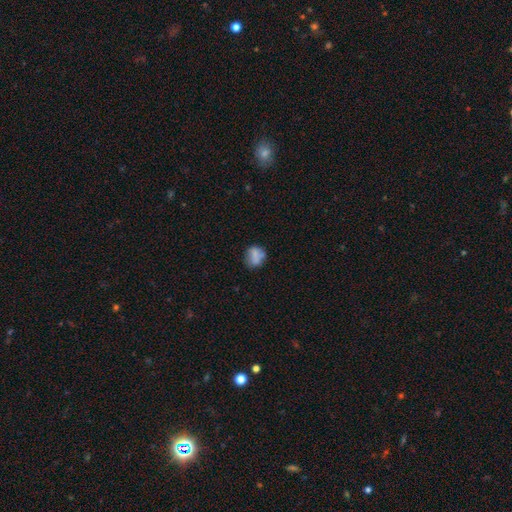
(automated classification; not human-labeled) smooth-or-featured: smooth: 71% | featured or disk: 20% | star or artifact: 9%
  how-rounded: round: 66% | in between: 32% | cigar-shaped: 1%
  merging: none: 59% | minor disturbance: 22% | merger: 11% | major disturbance: 8%